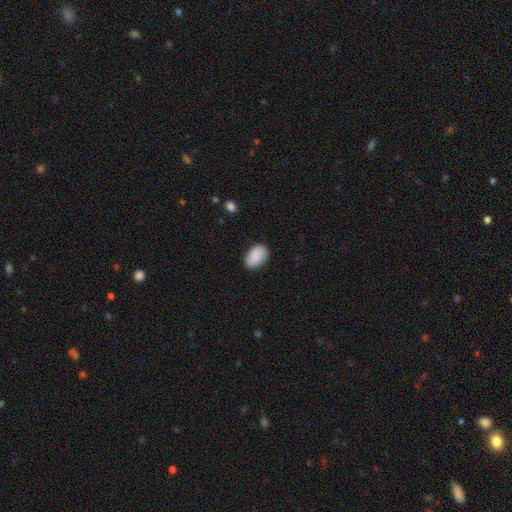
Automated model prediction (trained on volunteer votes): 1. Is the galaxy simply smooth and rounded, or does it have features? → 90% smooth, 6% star or artifact, 4% featured or disk.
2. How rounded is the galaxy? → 91% in between, 8% round, 1% cigar-shaped.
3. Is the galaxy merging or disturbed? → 84% none, 12% minor disturbance, 2% major disturbance, 1% merger.